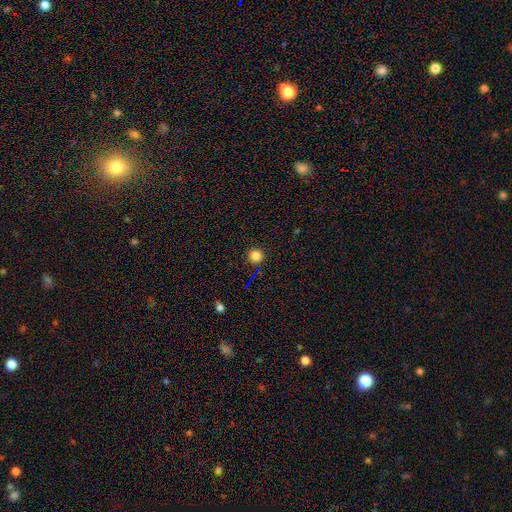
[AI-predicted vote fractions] A smooth galaxy with no disk features (81%) that is round (96%).

Vote fractions:
- Smooth or featured? smooth: 81% / star or artifact: 14% / featured or disk: 5%
- How rounded? round: 96% / in between: 3% / cigar-shaped: 1%
- Merging? none: 91% / minor disturbance: 5% / major disturbance: 2% / merger: 1%